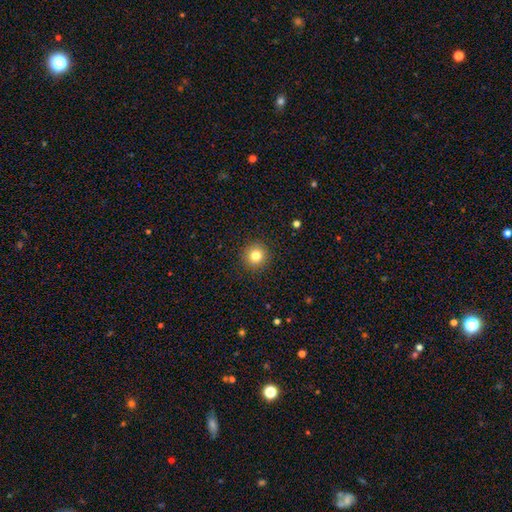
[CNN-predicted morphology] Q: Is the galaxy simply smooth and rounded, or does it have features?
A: smooth — 81%.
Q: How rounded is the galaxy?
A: round — 95%.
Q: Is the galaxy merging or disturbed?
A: none — 92%.